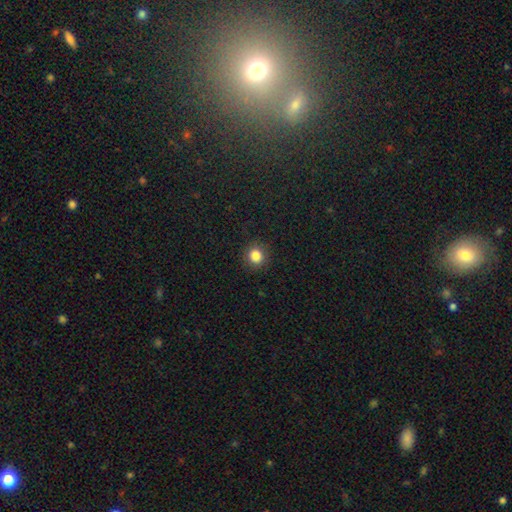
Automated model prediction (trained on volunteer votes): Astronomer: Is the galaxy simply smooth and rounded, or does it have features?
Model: smooth — 85%.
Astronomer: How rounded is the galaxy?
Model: round — 87%.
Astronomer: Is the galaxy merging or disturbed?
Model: none — 90%.